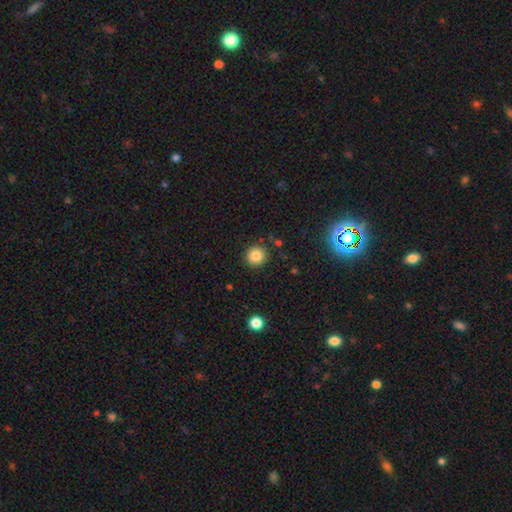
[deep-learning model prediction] A smooth galaxy with no disk features (84%) that is round (93%).

Vote fractions:
- Smooth or featured? smooth: 84% / star or artifact: 11% / featured or disk: 5%
- How rounded? round: 93% / in between: 6% / cigar-shaped: 1%
- Merging? none: 90% / minor disturbance: 6% / major disturbance: 2% / merger: 2%